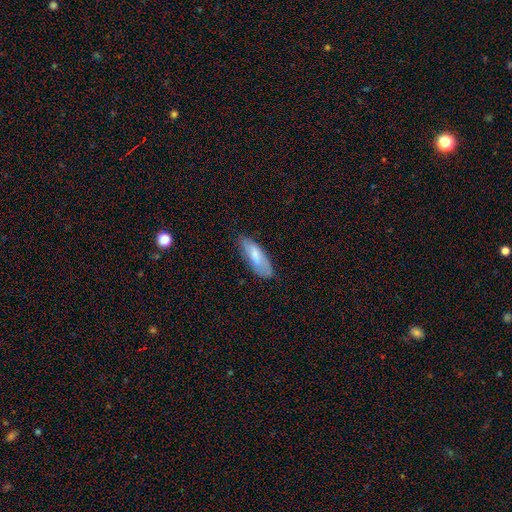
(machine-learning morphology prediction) Smooth or featured?
  - smooth: 68% *
  - featured or disk: 26%
  - star or artifact: 6%
How rounded?
  - in between: 64% *
  - cigar-shaped: 35%
  - round: 2%
Merging?
  - none: 69% *
  - minor disturbance: 23%
  - major disturbance: 6%
  - merger: 2%